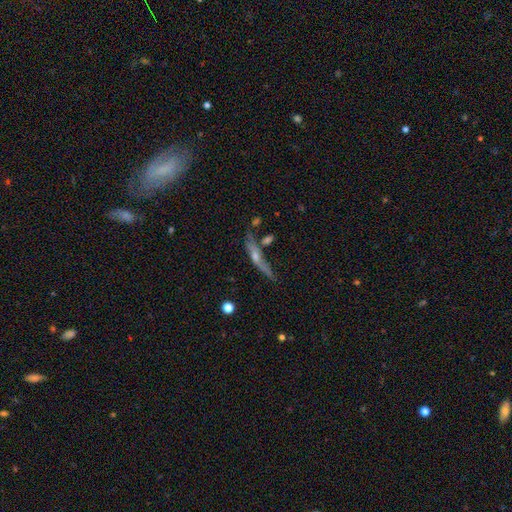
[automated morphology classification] This is likely a featured or disk galaxy (65%). It is clearly viewed edge-on (89%). Edge-on bulge: likely rounded (76%). Merging: likely none (61%).